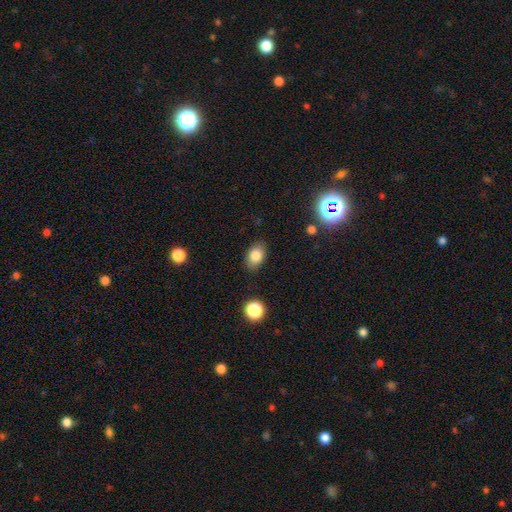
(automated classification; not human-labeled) This is clearly a smooth galaxy (82%). How rounded: clearly in between (81%). Merging: clearly none (84%).